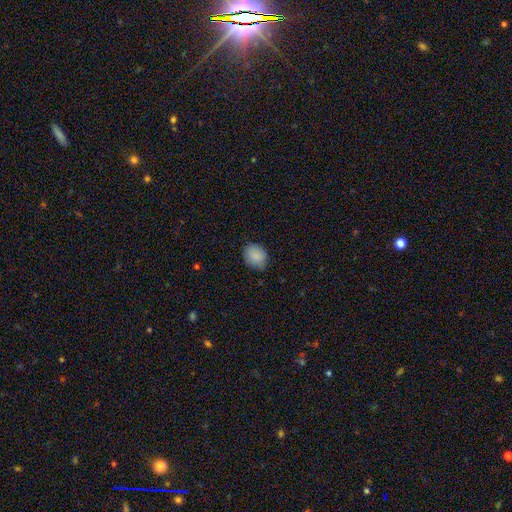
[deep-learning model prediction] The model was most divided on "how rounded": in between: 52%, round: 48%, cigar-shaped: 1%. More confident: smooth or featured — smooth (88%); merging — none (76%).